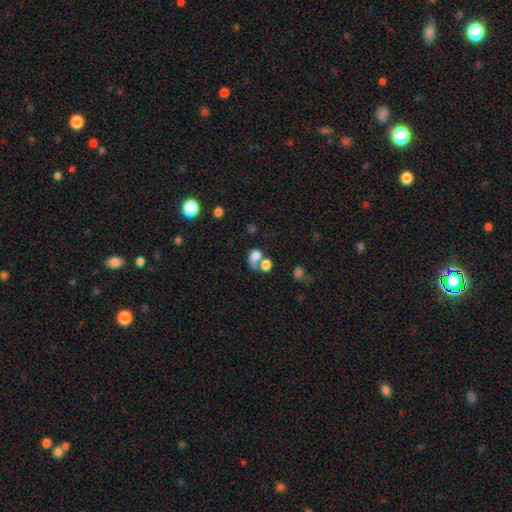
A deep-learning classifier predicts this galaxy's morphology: A smooth galaxy with no disk features (71%) that is round (51%).

Vote fractions:
- Smooth or featured? smooth: 71% / featured or disk: 16% / star or artifact: 13%
- How rounded? round: 51% / in between: 47% / cigar-shaped: 2%
- Merging? merger: 48% / none: 25% / major disturbance: 16% / minor disturbance: 11%